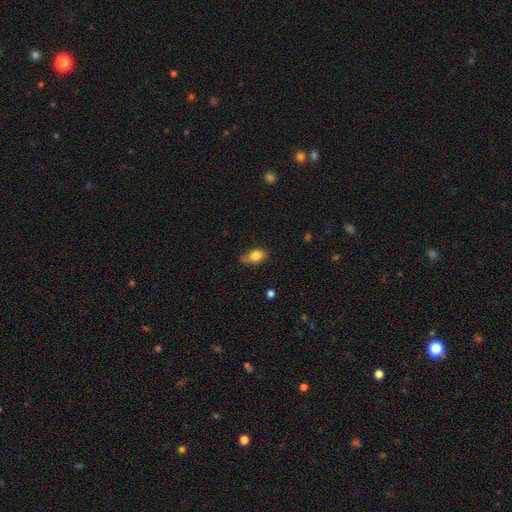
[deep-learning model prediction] Smooth or featured? smooth (82%)
How rounded? in between (77%)
Merging? none (56%)